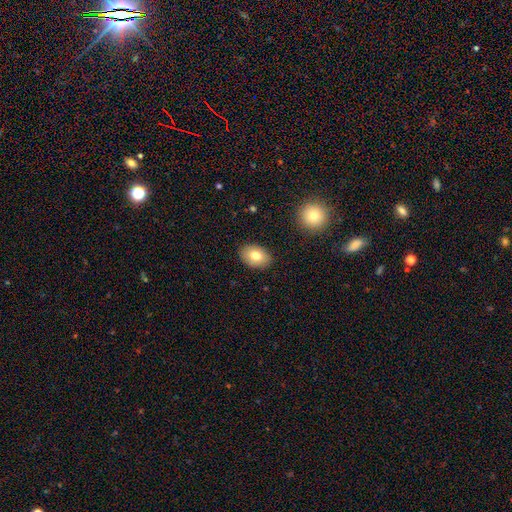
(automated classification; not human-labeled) smooth_or_featured: smooth (p=0.78) [alt: featured or disk p=0.14]
how_rounded: in between (p=0.82) [alt: round p=0.17]
merging: none (p=0.87) [alt: minor disturbance p=0.09]